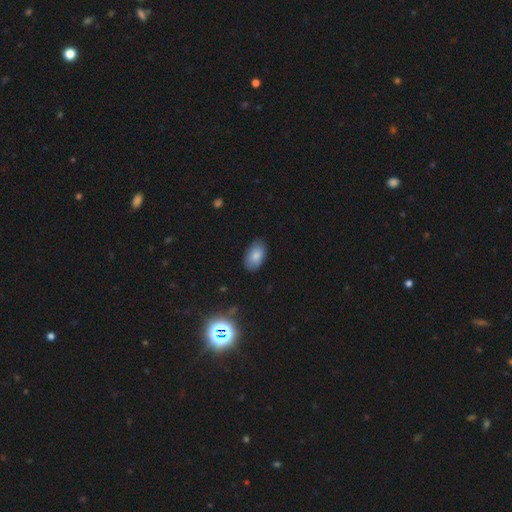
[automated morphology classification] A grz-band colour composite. It shows a smooth galaxy with no disk features (84%) that is in between round and cigar-shaped (93%). Merging: none (83%).